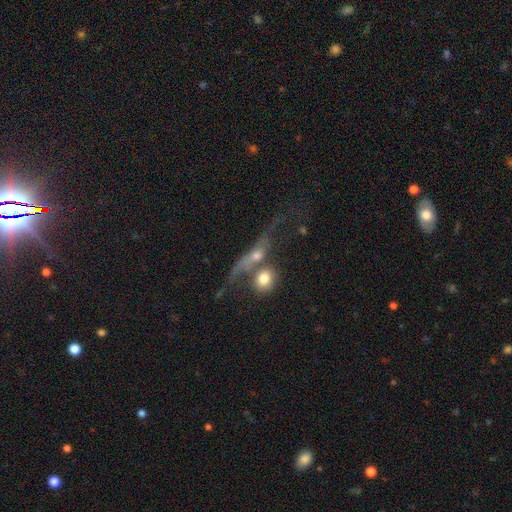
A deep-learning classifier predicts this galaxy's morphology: A featured or disk galaxy (49%). Merging: merger (55%).